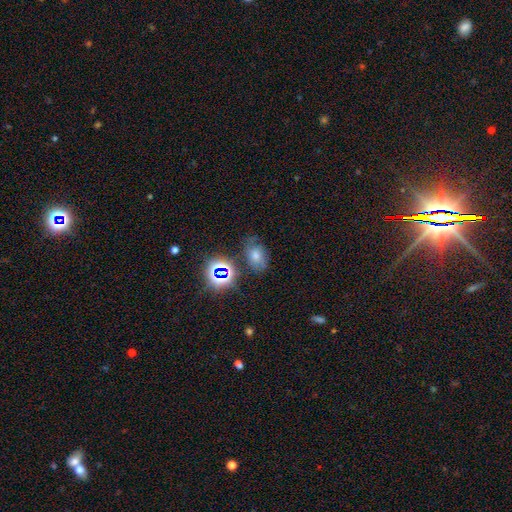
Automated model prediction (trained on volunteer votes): Smooth or featured? Predicted: star or artifact (p=0.41).